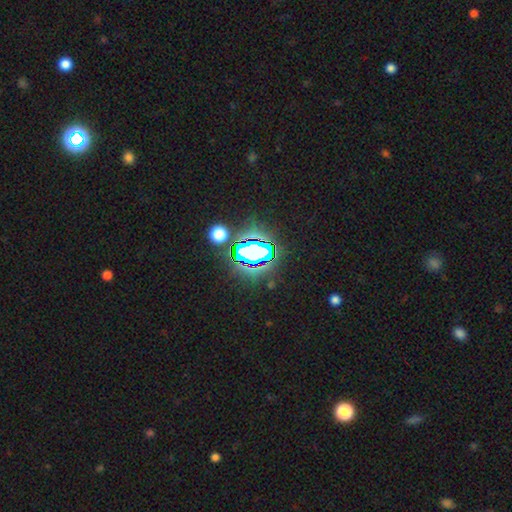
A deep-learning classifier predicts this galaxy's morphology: smooth_or_featured: star or artifact (p=0.69) [alt: smooth p=0.20]